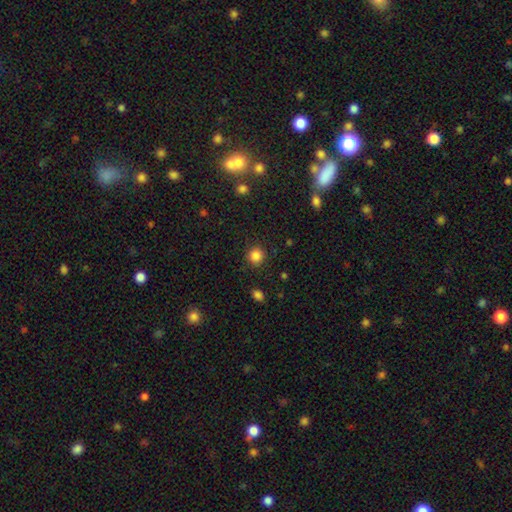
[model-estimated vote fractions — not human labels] This is clearly a smooth galaxy (85%). How rounded: clearly round (92%). Merging: clearly none (89%).